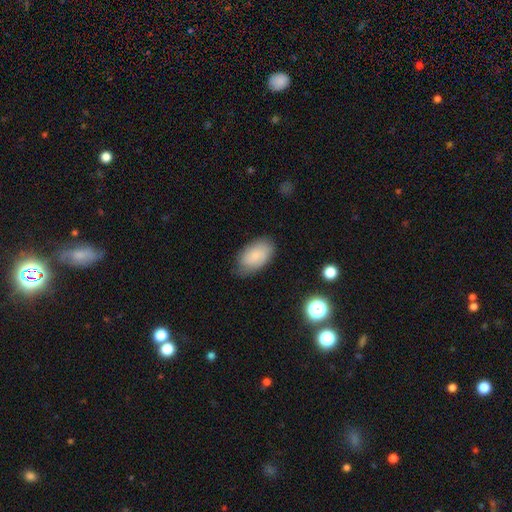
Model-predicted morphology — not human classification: Smooth or featured?
  - smooth: 72% *
  - featured or disk: 20%
  - star or artifact: 8%
How rounded?
  - in between: 93% *
  - round: 5%
  - cigar-shaped: 2%
Merging?
  - none: 72% *
  - minor disturbance: 22%
  - major disturbance: 5%
  - merger: 1%